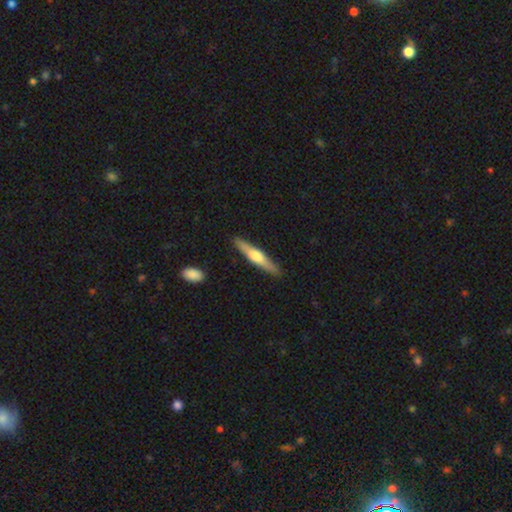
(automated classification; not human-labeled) The model was most divided on "smooth or featured": featured or disk: 56%, smooth: 39%, star or artifact: 5%. More confident: edge-on disk — yes (96%); merging — none (89%); edge-on bulge — rounded (78%).